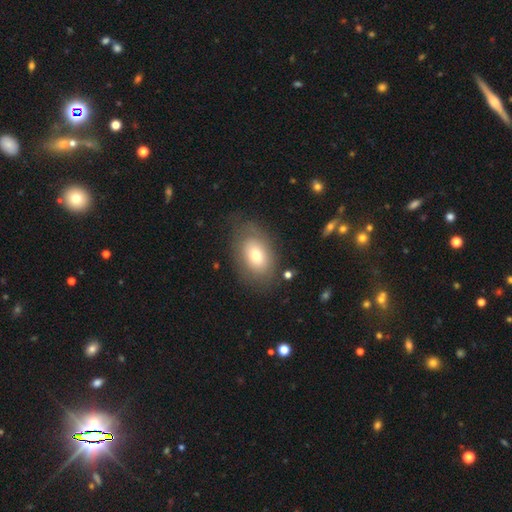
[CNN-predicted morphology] Smooth or featured? Predicted: smooth (p=0.67). How rounded? Predicted: in between (p=0.84). Merging? Predicted: none (p=0.72).